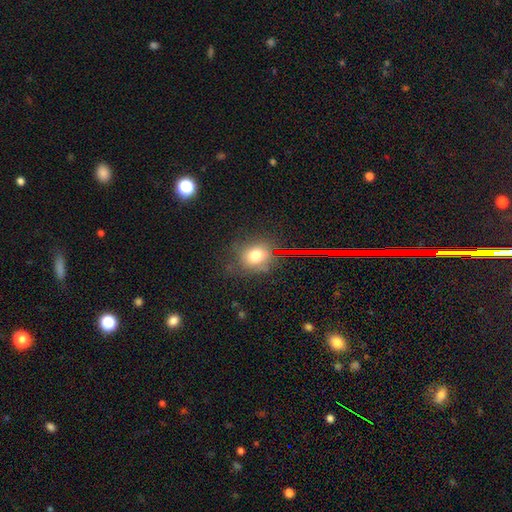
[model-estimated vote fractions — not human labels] smooth-or-featured: smooth: 73% | star or artifact: 17% | featured or disk: 10%
  how-rounded: round: 65% | in between: 33% | cigar-shaped: 1%
  merging: none: 69% | minor disturbance: 18% | major disturbance: 8% | merger: 5%